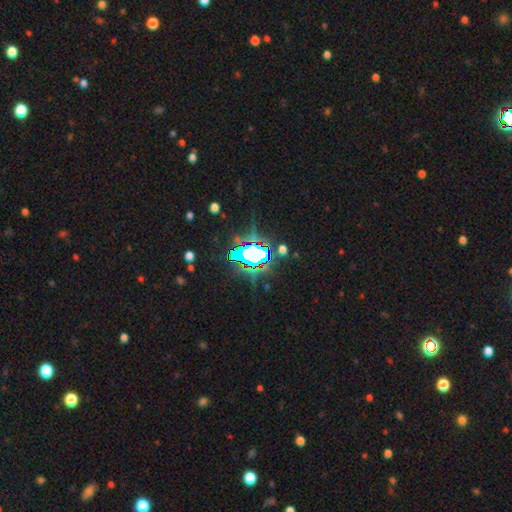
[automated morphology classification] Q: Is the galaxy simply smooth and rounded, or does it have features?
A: star or artifact — 69%.